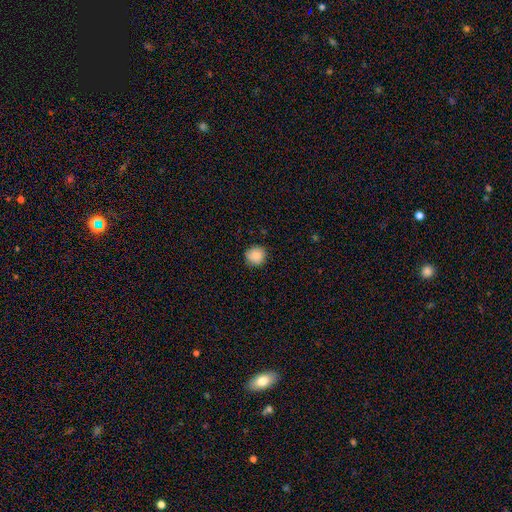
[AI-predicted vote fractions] This appears to be a smooth galaxy with no disk features (85%) that is round (90%). Merging: none (85%).